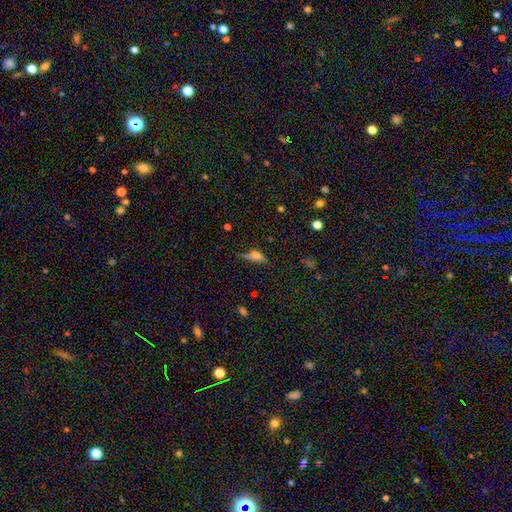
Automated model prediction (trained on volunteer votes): Smooth or featured? Predicted: smooth (p=0.60). How rounded? Predicted: in between (p=0.70). Merging? Predicted: none (p=0.47).